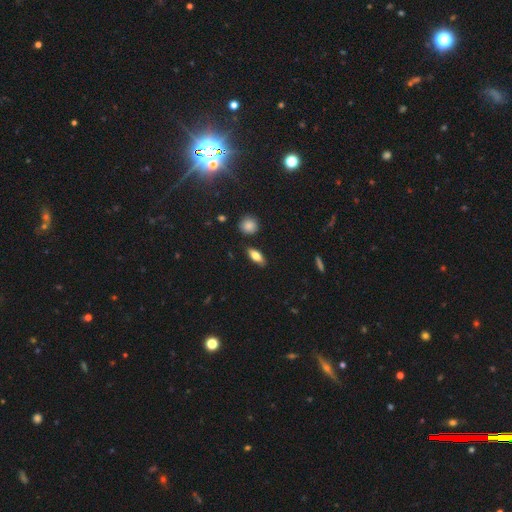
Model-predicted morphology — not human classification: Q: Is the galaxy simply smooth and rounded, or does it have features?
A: smooth — 69%.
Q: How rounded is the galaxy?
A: in between — 73%.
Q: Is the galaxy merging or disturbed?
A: none — 85%.